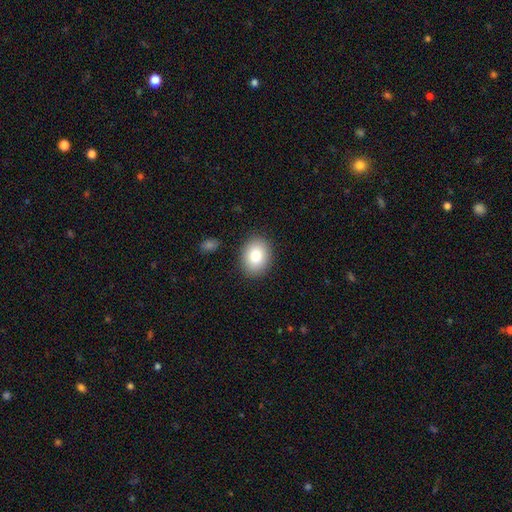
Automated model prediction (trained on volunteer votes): Q: Smooth or featured?
A: smooth (84%); runner-up: featured or disk (8%)
Q: How rounded?
A: in between (56%); runner-up: round (43%)
Q: Merging?
A: none (88%); runner-up: minor disturbance (8%)